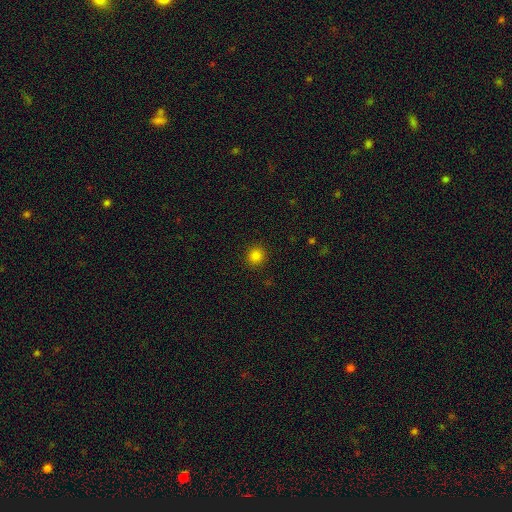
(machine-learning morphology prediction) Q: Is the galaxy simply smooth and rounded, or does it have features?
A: smooth — 83%.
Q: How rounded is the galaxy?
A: round — 90%.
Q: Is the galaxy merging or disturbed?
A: none — 91%.